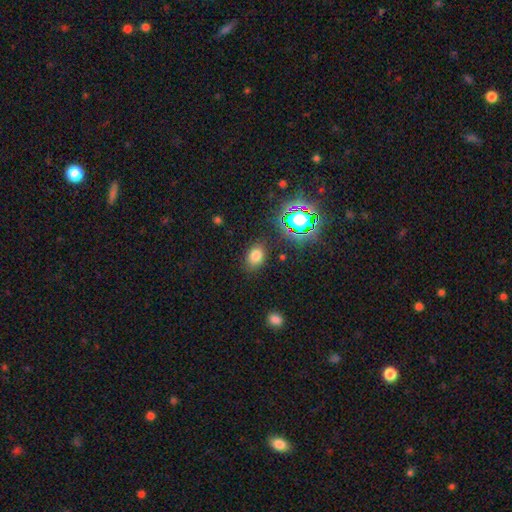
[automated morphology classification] smooth-or-featured: smooth: 75% | star or artifact: 18% | featured or disk: 7%
  how-rounded: in between: 73% | round: 26% | cigar-shaped: 1%
  merging: none: 82% | minor disturbance: 12% | major disturbance: 4% | merger: 2%